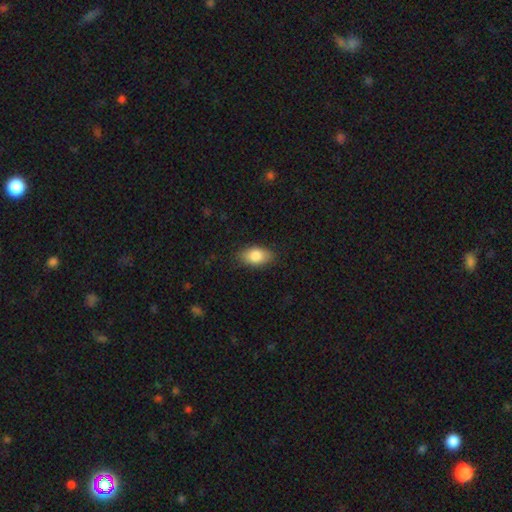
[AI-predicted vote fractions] smooth 83%, featured or disk 10%, star or artifact 7%. Down the decision tree: how rounded — in between (90%); merging — none (85%).